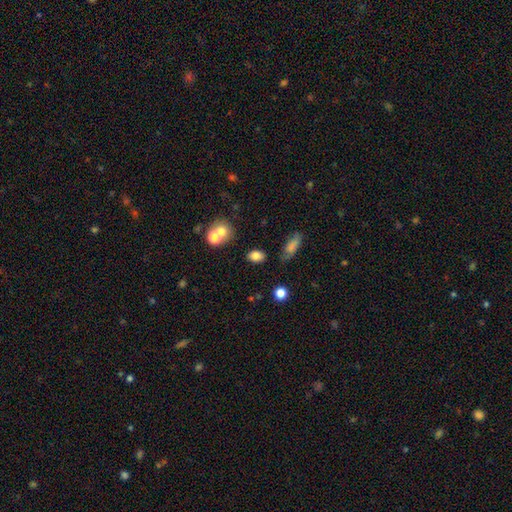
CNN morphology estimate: Q: Smooth or featured?
A: smooth (80%); runner-up: star or artifact (11%)
Q: How rounded?
A: in between (82%); runner-up: round (16%)
Q: Merging?
A: none (76%); runner-up: minor disturbance (13%)